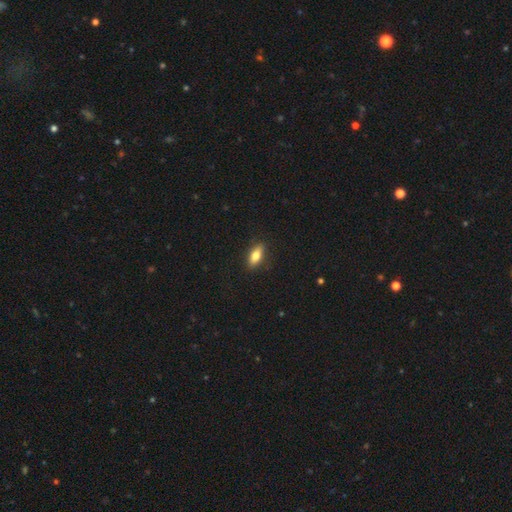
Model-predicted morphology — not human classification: smooth_or_featured: smooth (p=0.78) [alt: featured or disk p=0.15]
how_rounded: in between (p=0.79) [alt: cigar-shaped p=0.17]
merging: none (p=0.87) [alt: minor disturbance p=0.10]